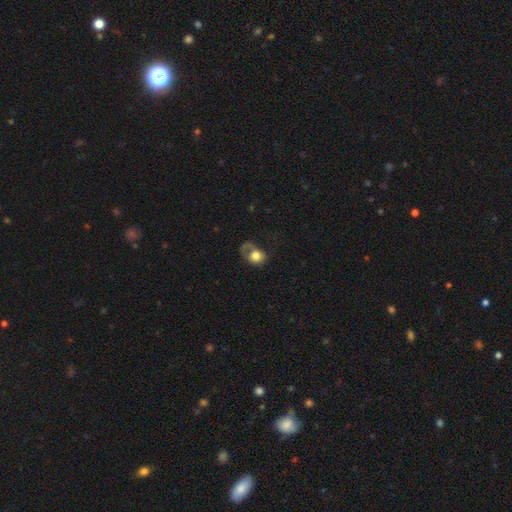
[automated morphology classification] type=smooth (59%); roundness=round (58%); merging=major disturbance (48%).